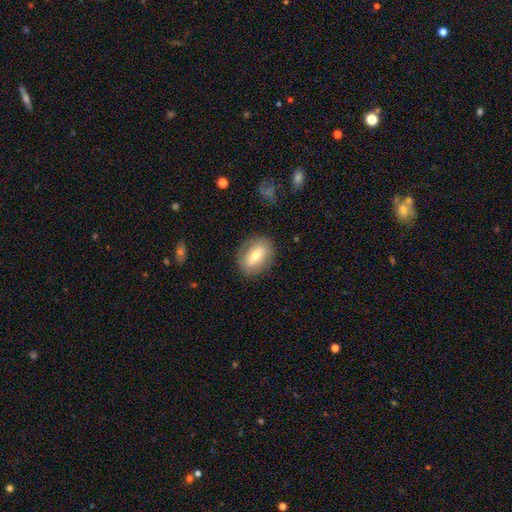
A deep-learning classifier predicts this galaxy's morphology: The model was most divided on "smooth or featured": smooth: 62%, featured or disk: 30%, star or artifact: 8%. More confident: merging — none (83%); how rounded — in between (77%).